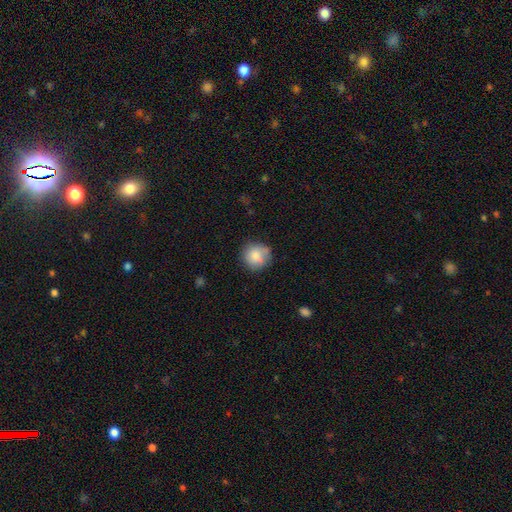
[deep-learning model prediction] Morphology: type=smooth (82%); roundness=round (92%); merging=none (74%).